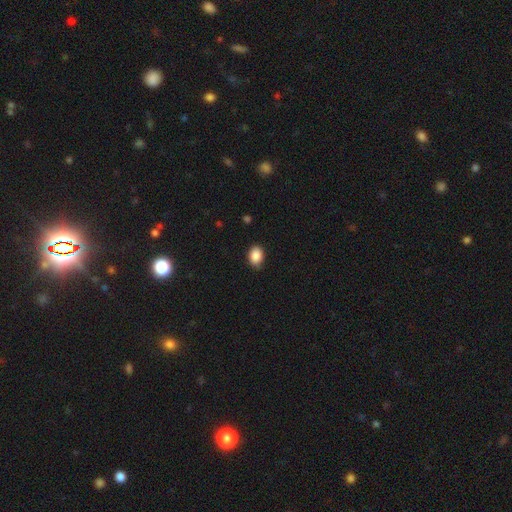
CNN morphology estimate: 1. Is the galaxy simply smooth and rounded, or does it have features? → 88% smooth, 8% star or artifact, 4% featured or disk.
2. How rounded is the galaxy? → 71% in between, 28% round, 1% cigar-shaped.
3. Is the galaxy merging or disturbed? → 82% none, 15% minor disturbance, 2% major disturbance, 1% merger.